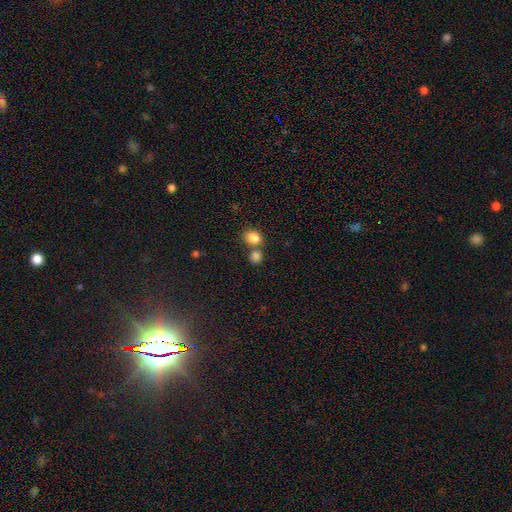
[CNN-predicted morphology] smooth_or_featured: smooth (p=0.83) [alt: star or artifact p=0.11]
how_rounded: round (p=0.65) [alt: in between p=0.33]
merging: none (p=0.47) [alt: merger p=0.42]